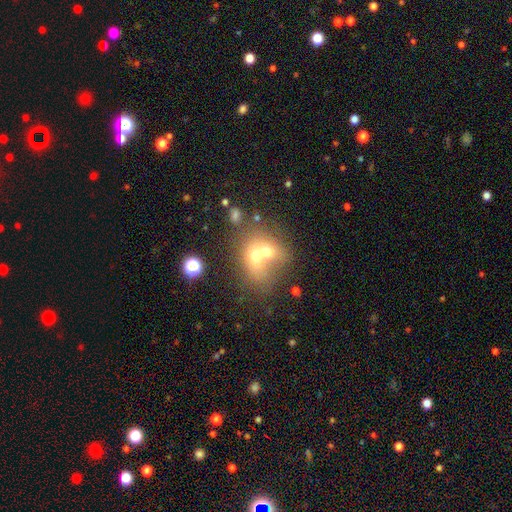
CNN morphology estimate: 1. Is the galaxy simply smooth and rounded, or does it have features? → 60% smooth, 26% featured or disk, 14% star or artifact.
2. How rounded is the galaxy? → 53% round, 46% in between, 1% cigar-shaped.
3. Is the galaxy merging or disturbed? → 69% merger, 19% none, 6% minor disturbance, 5% major disturbance.